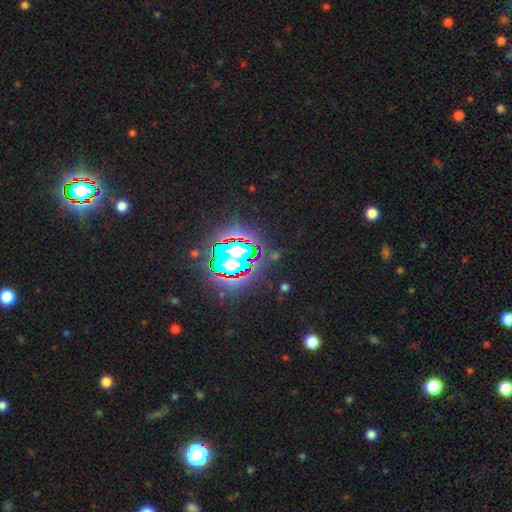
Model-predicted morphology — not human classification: A star or artifact, not a galaxy (80%).

Vote fractions:
- Smooth or featured? star or artifact: 80% / smooth: 11% / featured or disk: 9%